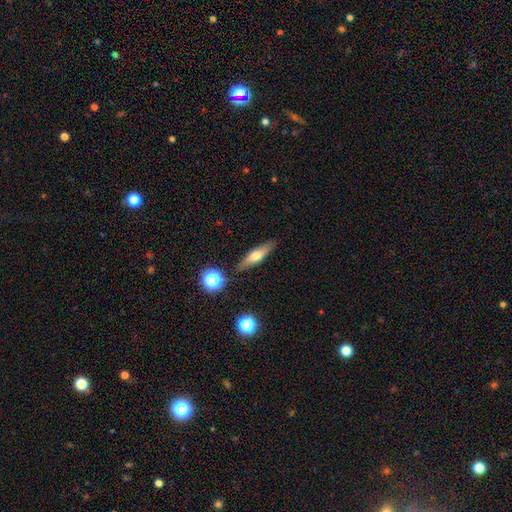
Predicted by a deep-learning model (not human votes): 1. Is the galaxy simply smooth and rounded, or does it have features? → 55% smooth, 36% featured or disk, 9% star or artifact.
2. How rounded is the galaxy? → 62% cigar-shaped, 34% in between, 5% round.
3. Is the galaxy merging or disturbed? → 85% none, 10% minor disturbance, 3% merger, 2% major disturbance.